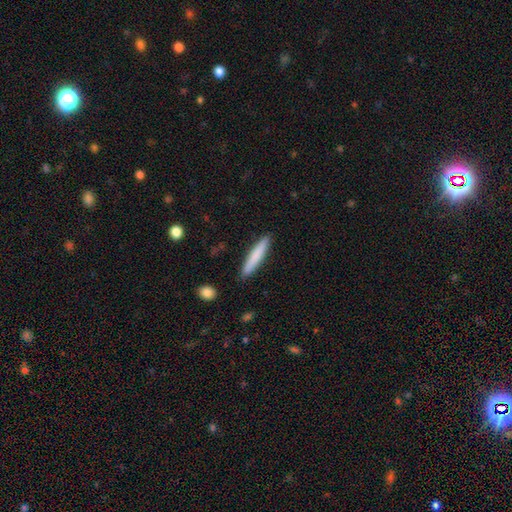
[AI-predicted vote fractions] Smooth or featured: smooth — 78% (featured or disk — 17%)
How rounded: cigar-shaped — 93% (in between — 6%)
Merging: none — 90% (minor disturbance — 7%)